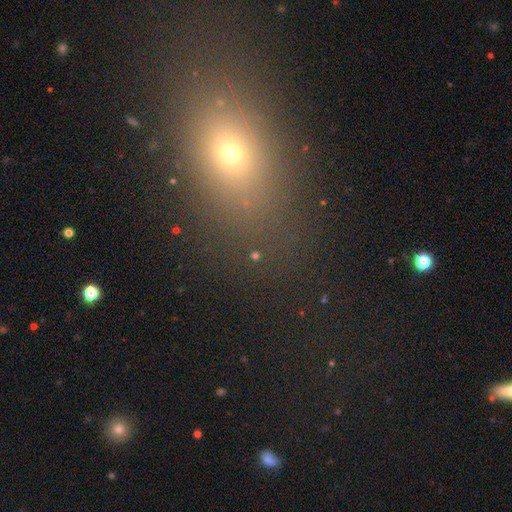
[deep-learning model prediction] Q: Smooth or featured?
A: star or artifact (51%); runner-up: smooth (37%)